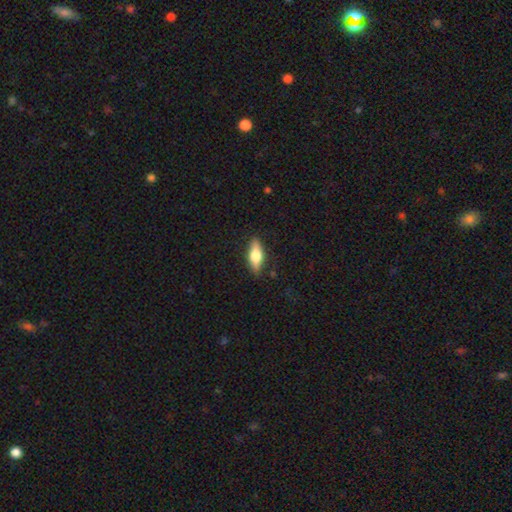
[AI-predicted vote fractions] Smooth or featured: smooth — 63% (featured or disk — 31%)
How rounded: in between — 72% (cigar-shaped — 25%)
Merging: none — 86% (minor disturbance — 11%)